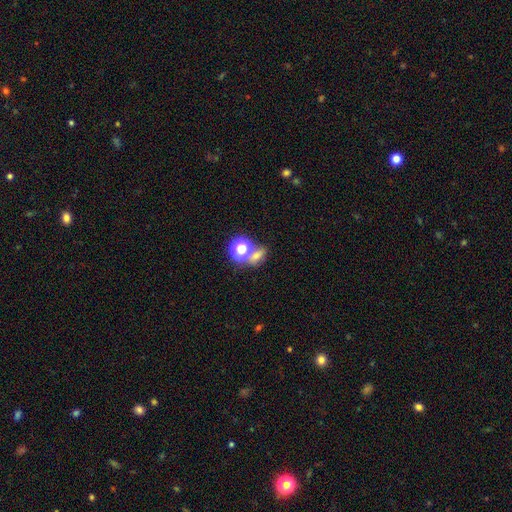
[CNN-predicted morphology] This appears to be a smooth galaxy with no disk features (55%) that is in between round and cigar-shaped (49%). Merging: none (56%).